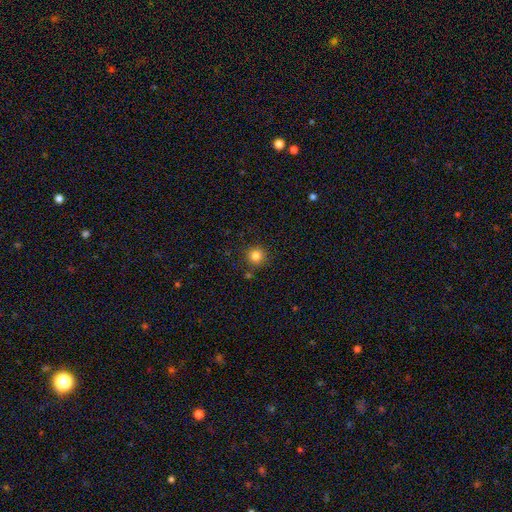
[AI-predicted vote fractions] Q: Smooth or featured?
A: smooth (83%); runner-up: star or artifact (12%)
Q: How rounded?
A: round (94%); runner-up: in between (5%)
Q: Merging?
A: none (87%); runner-up: minor disturbance (7%)